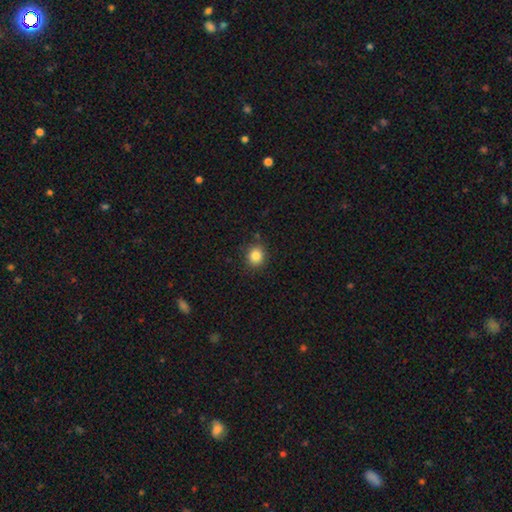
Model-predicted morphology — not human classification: This appears to be a smooth galaxy with no disk features (84%) that is round (83%). Merging: none (88%).